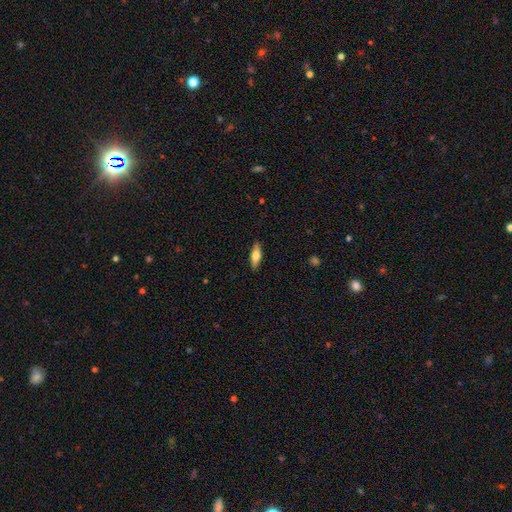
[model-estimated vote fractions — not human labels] Overall: smooth (67%; featured or disk 27%). How rounded: in between (59%; cigar-shaped 39%). Merging: none (88%).